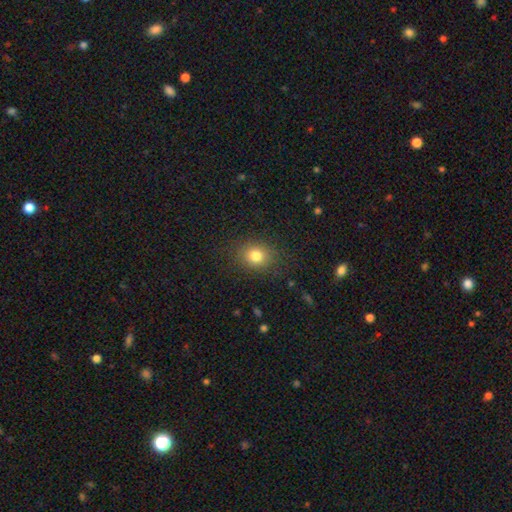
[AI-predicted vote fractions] Overall: smooth (80%). How rounded: round (66%; in between 33%). Merging: none (85%).